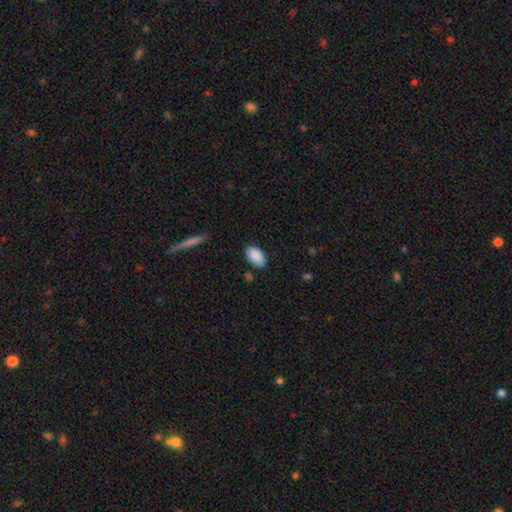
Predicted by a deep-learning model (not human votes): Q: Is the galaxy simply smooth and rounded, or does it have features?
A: smooth — 89%.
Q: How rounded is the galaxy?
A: in between — 94%.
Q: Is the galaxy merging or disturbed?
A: none — 84%.